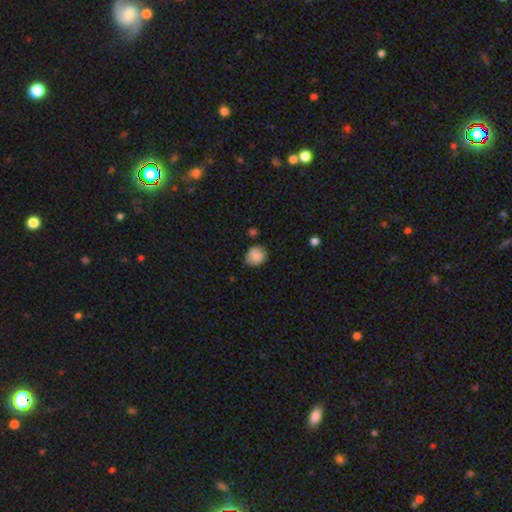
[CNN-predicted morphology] A smooth galaxy with no disk features (84%) that is round (68%). Merging: none (71%).